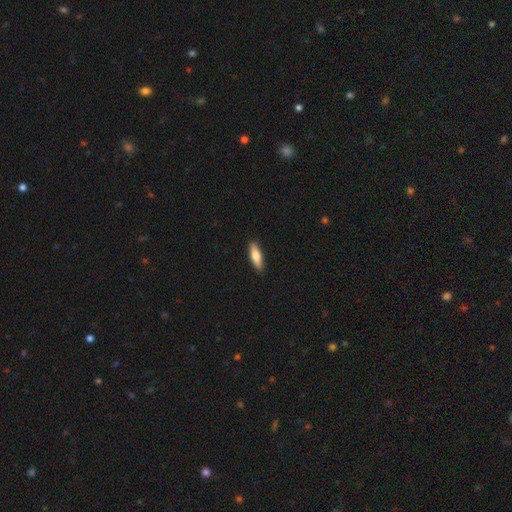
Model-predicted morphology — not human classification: type=smooth (76%); roundness=cigar-shaped (53%); merging=none (90%).